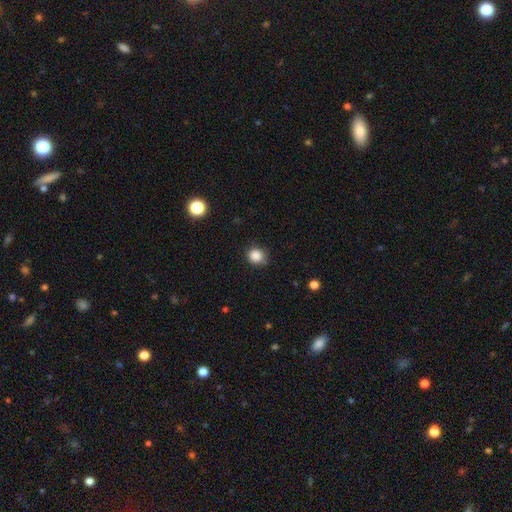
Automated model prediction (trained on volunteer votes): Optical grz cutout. It shows a smooth galaxy with no disk features (86%) that is round (83%). Merging: none (78%).